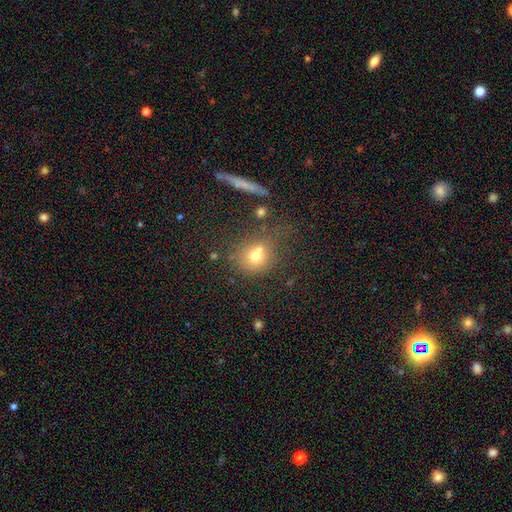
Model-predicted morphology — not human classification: Overall: smooth (69%). How rounded: round (78%). Merging: none (44%; merger 30%).